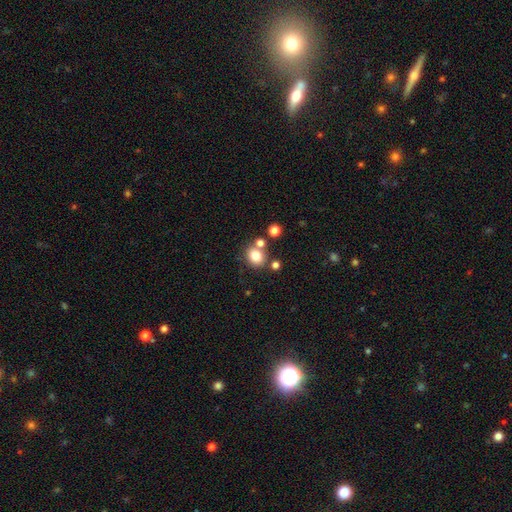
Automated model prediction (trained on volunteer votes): A smooth galaxy with no disk features (79%) that is round (77%). Merging: none (67%).